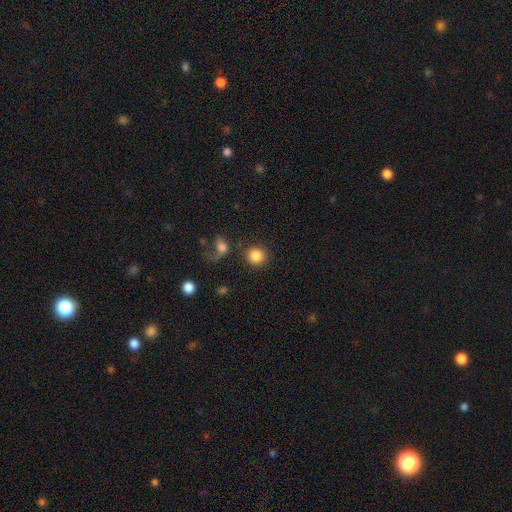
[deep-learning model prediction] The model was most divided on "merging": none: 76%, merger: 9%, minor disturbance: 9%, major disturbance: 6%. More confident: how rounded — round (90%); smooth or featured — smooth (85%).